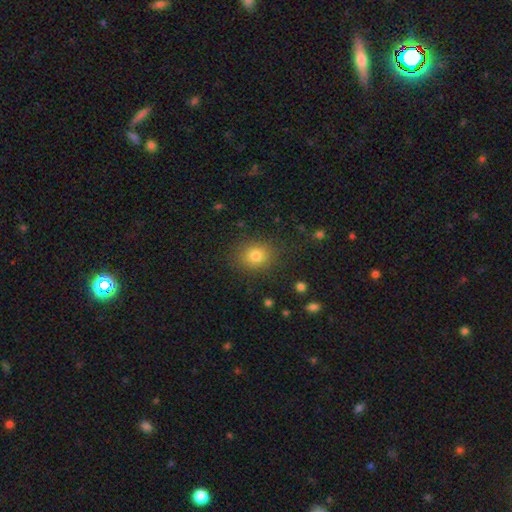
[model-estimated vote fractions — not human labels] smooth-or-featured: smooth: 80% | star or artifact: 13% | featured or disk: 7%
  how-rounded: round: 66% | in between: 33% | cigar-shaped: 1%
  merging: none: 84% | minor disturbance: 10% | major disturbance: 4% | merger: 2%